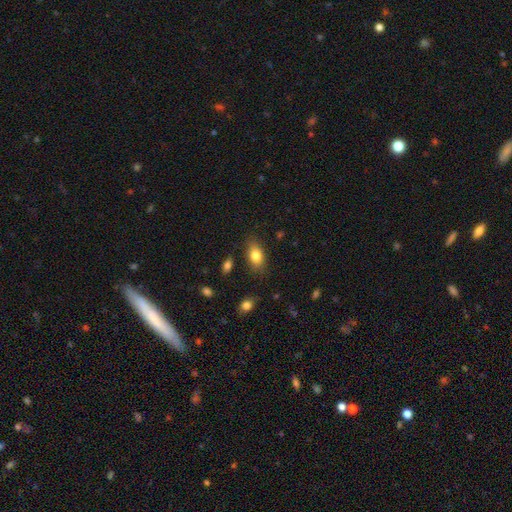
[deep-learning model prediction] Smooth or featured: smooth — 81% (featured or disk — 10%)
How rounded: in between — 87% (round — 9%)
Merging: none — 81% (minor disturbance — 14%)